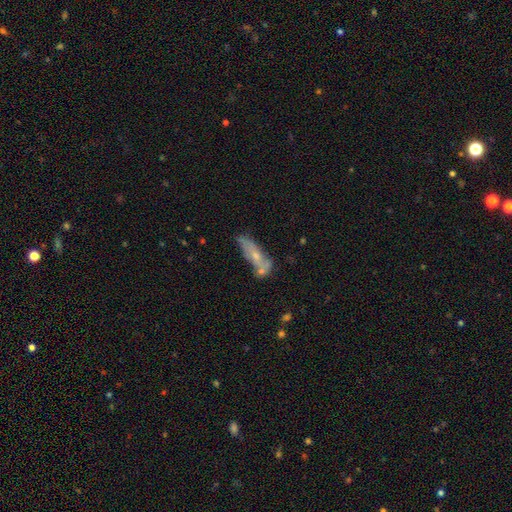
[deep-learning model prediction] A featured or disk galaxy (48%).

Vote fractions:
- Smooth or featured? featured or disk: 48% / smooth: 43% / star or artifact: 9%
- Merging? none: 42% / minor disturbance: 24% / merger: 22% / major disturbance: 12%